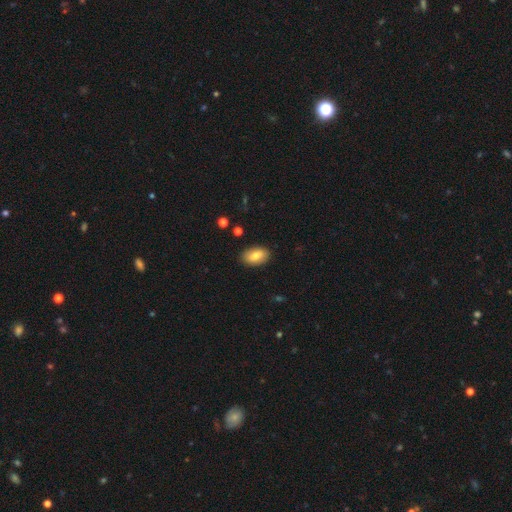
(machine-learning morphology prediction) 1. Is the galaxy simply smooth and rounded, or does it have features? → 80% smooth, 13% featured or disk, 7% star or artifact.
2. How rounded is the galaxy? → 92% in between, 6% round, 2% cigar-shaped.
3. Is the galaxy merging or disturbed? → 88% none, 9% minor disturbance, 2% major disturbance, 1% merger.